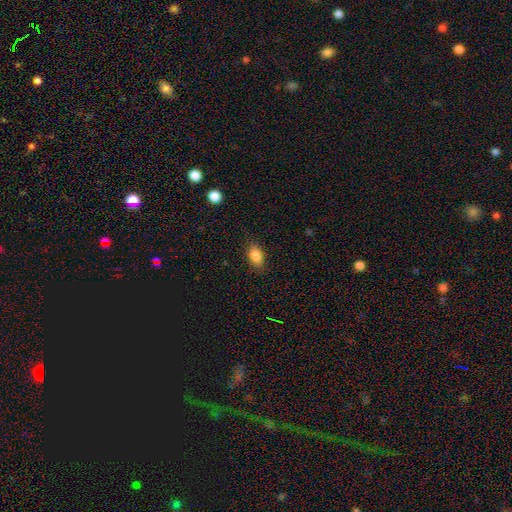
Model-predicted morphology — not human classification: smooth 87%, star or artifact 8%, featured or disk 5%. Down the decision tree: how rounded — in between (88%); merging — none (84%).